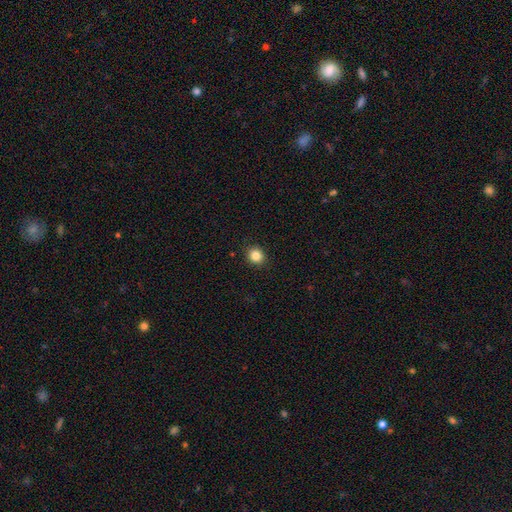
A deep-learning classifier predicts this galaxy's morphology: type=smooth (85%); roundness=round (80%); merging=none (91%).